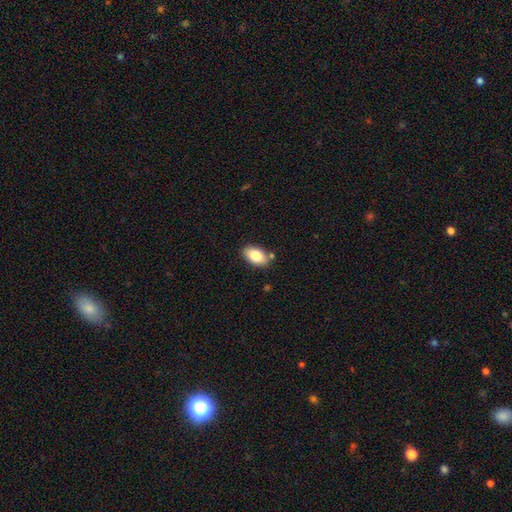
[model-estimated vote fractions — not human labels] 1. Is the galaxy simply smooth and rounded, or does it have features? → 81% smooth, 11% featured or disk, 7% star or artifact.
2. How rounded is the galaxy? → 92% in between, 7% round, 2% cigar-shaped.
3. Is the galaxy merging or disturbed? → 81% none, 12% minor disturbance, 5% merger, 2% major disturbance.